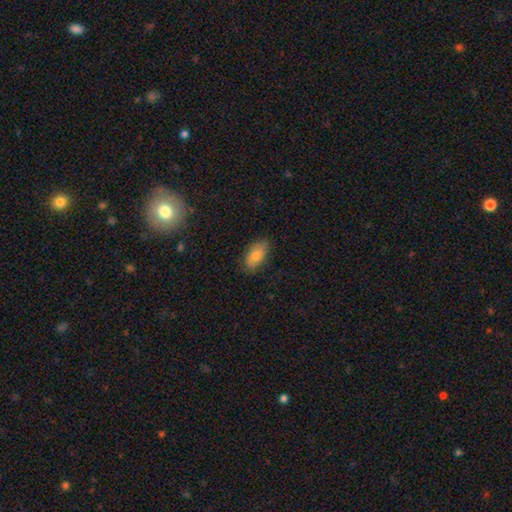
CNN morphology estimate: Overall: smooth (74%). How rounded: in between (92%). Merging: none (82%).